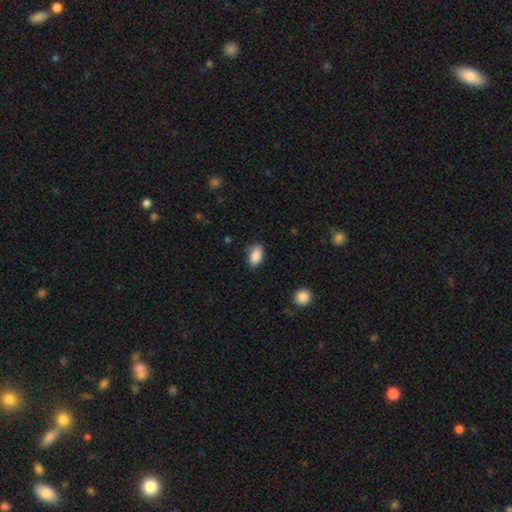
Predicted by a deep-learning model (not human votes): The model was most divided on "merging": none: 82%, minor disturbance: 14%, major disturbance: 3%, merger: 1%. More confident: how rounded — in between (91%); smooth or featured — smooth (89%).